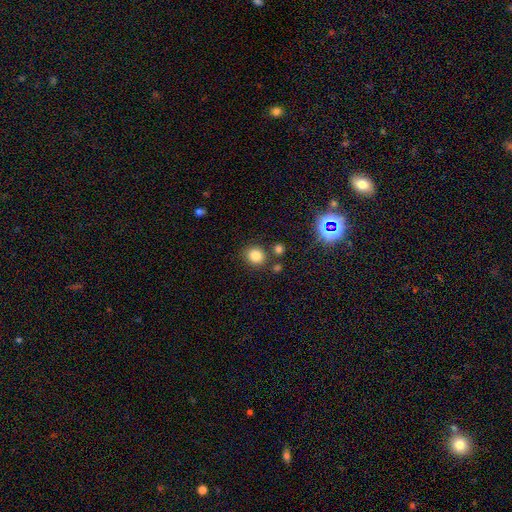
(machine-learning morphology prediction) A smooth galaxy with no disk features (81%) that is round (81%).

Vote fractions:
- Smooth or featured? smooth: 81% / star or artifact: 13% / featured or disk: 6%
- How rounded? round: 81% / in between: 18% / cigar-shaped: 1%
- Merging? none: 80% / minor disturbance: 9% / merger: 7% / major disturbance: 3%